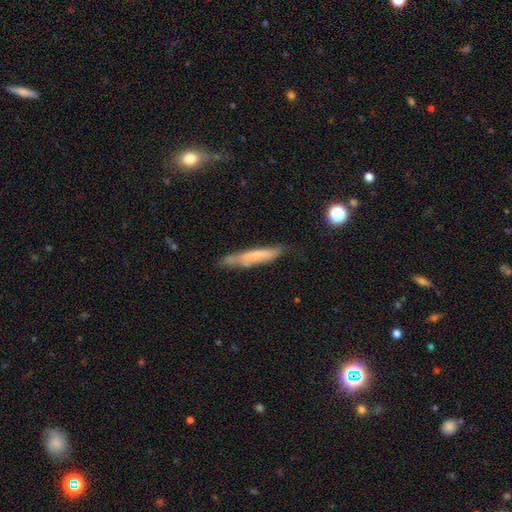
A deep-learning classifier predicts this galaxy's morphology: smooth_or_featured: smooth (p=0.53) [alt: featured or disk p=0.40]
how_rounded: cigar-shaped (p=0.90) [alt: in between p=0.09]
merging: none (p=0.65) [alt: minor disturbance p=0.25]